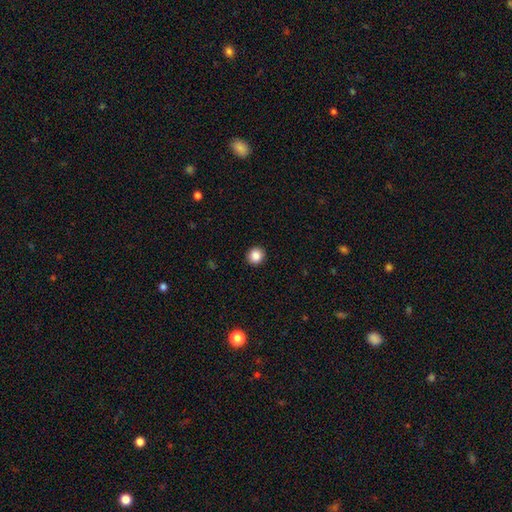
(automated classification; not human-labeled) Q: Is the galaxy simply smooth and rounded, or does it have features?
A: smooth — 87%.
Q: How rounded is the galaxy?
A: round — 91%.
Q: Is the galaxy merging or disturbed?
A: none — 93%.